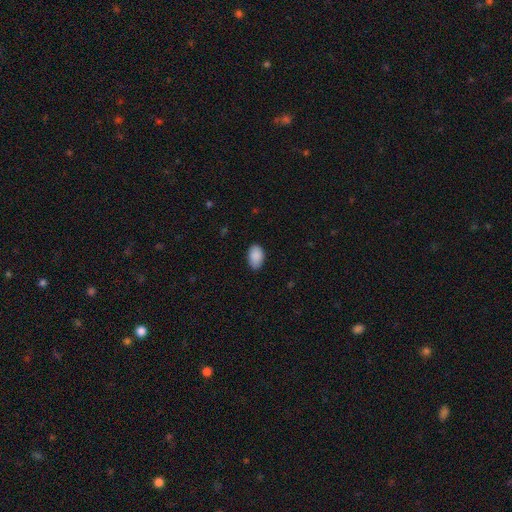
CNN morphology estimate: Smooth or featured?
  - smooth: 90% *
  - star or artifact: 7%
  - featured or disk: 4%
How rounded?
  - in between: 92% *
  - round: 7%
  - cigar-shaped: 1%
Merging?
  - none: 83% *
  - minor disturbance: 14%
  - major disturbance: 2%
  - merger: 1%